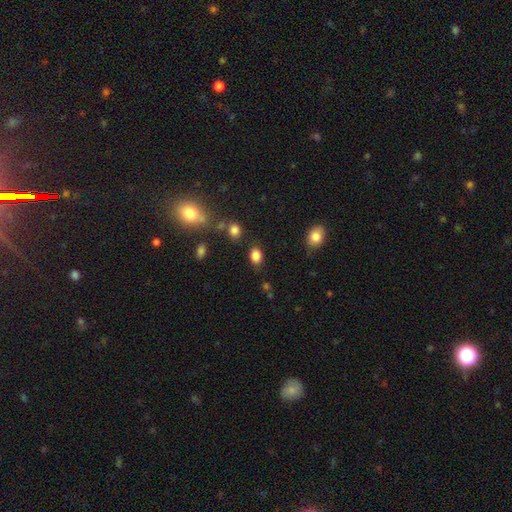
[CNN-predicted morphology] Smooth or featured: smooth — 84% (star or artifact — 11%)
How rounded: in between — 72% (round — 27%)
Merging: none — 80% (minor disturbance — 13%)